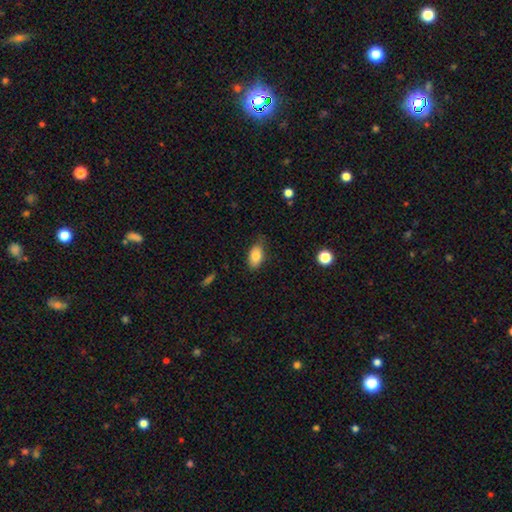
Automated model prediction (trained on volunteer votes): smooth 84%, featured or disk 9%, star or artifact 8%. Down the decision tree: how rounded — in between (91%); merging — none (72%).